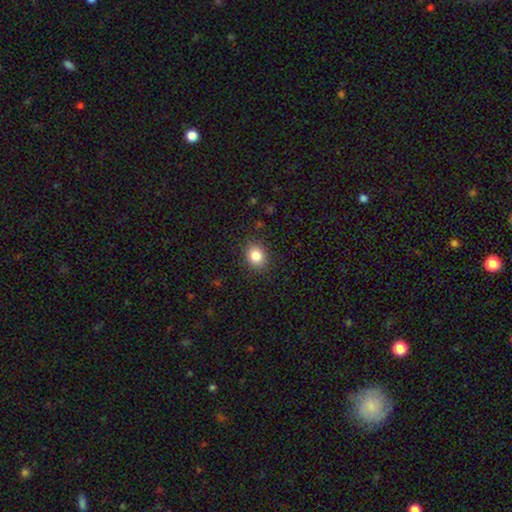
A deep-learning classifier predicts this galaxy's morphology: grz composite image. It shows a smooth galaxy with no disk features (83%) that is round (64%). Merging: none (88%).